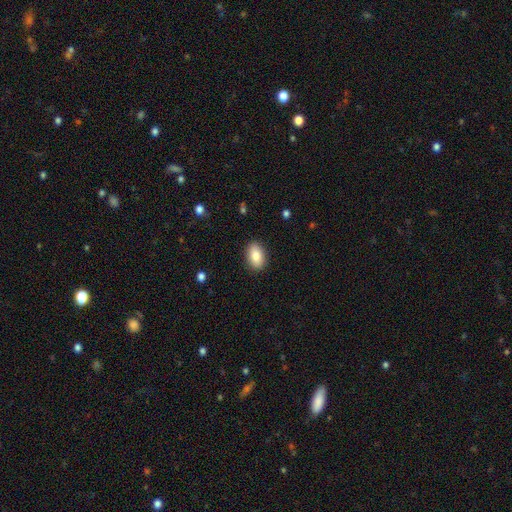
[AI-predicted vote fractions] This appears to be a smooth galaxy with no disk features (84%) that is in between round and cigar-shaped (89%). Merging: none (89%).